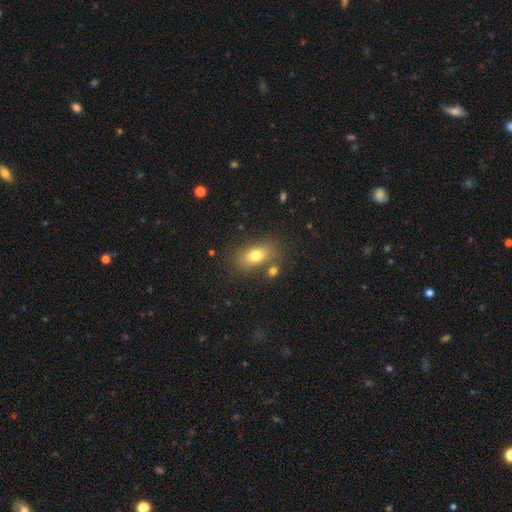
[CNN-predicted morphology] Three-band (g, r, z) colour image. It shows a smooth galaxy with no disk features (76%) that is in between round and cigar-shaped (85%). Merging: none (73%).